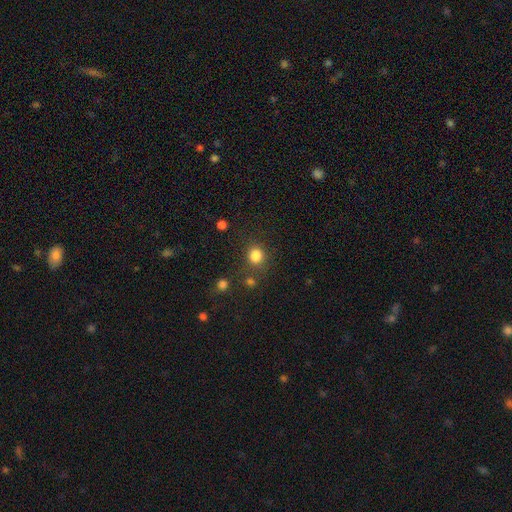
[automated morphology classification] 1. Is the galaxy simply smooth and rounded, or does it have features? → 84% smooth, 12% star or artifact, 4% featured or disk.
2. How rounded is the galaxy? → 84% round, 15% in between, 1% cigar-shaped.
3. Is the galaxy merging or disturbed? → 75% none, 12% minor disturbance, 8% merger, 6% major disturbance.